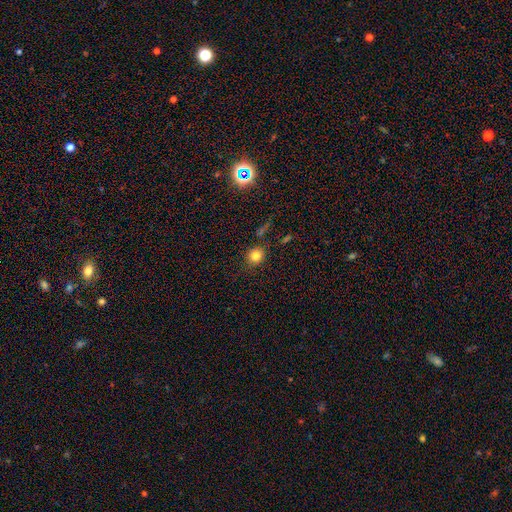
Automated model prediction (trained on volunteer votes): Smooth or featured?
  - smooth: 79% *
  - star or artifact: 14%
  - featured or disk: 7%
How rounded?
  - round: 81% *
  - in between: 18%
  - cigar-shaped: 1%
Merging?
  - none: 81% *
  - minor disturbance: 12%
  - major disturbance: 4%
  - merger: 4%